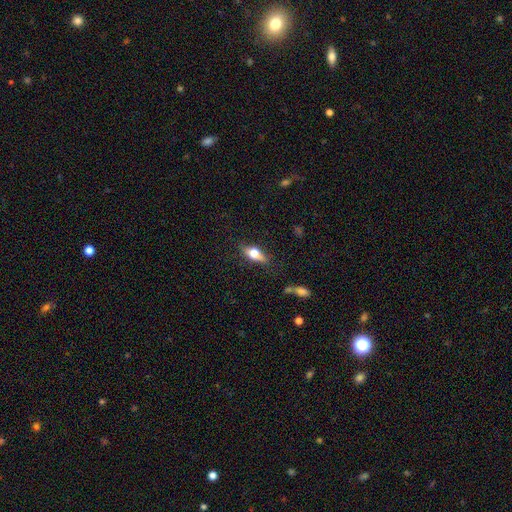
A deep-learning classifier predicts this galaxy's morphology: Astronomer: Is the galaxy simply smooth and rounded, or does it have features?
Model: smooth — 53% (runner-up: featured or disk, 39%).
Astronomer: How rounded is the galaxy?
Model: in between — 65%.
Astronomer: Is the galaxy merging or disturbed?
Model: none — 78%.